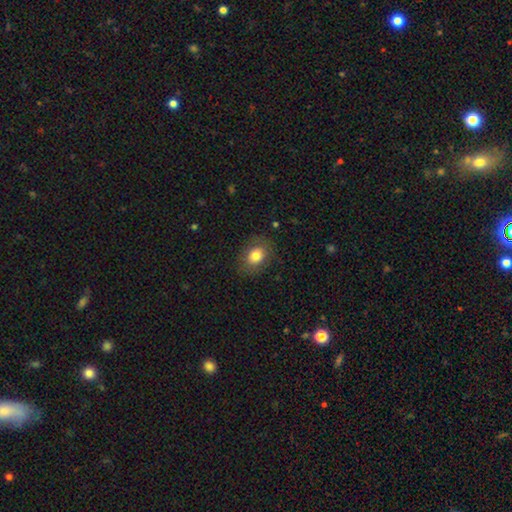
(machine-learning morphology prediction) smooth_or_featured: smooth (p=0.80) [alt: featured or disk p=0.11]
how_rounded: in between (p=0.62) [alt: round p=0.37]
merging: none (p=0.82) [alt: minor disturbance p=0.12]